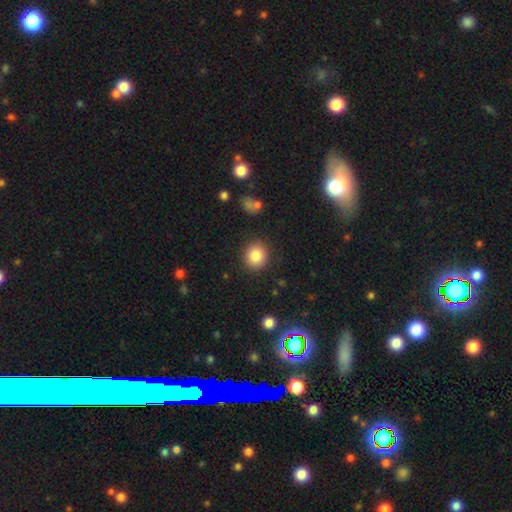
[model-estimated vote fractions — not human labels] Smooth or featured? Predicted: smooth (p=0.86). How rounded? Predicted: round (p=0.83). Merging? Predicted: none (p=0.89).